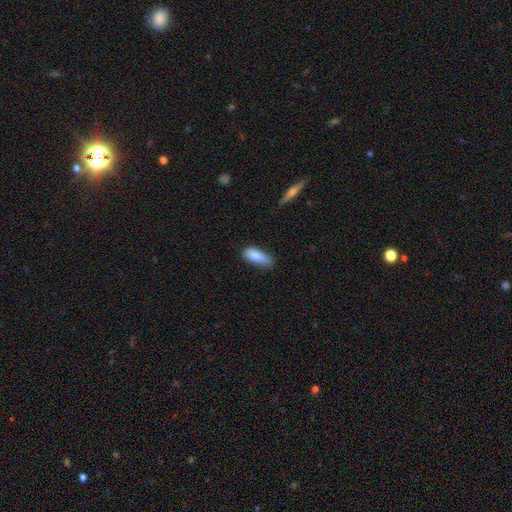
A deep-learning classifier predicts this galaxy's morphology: Overall: smooth (86%). How rounded: in between (72%). Merging: none (57%; minor disturbance 34%).